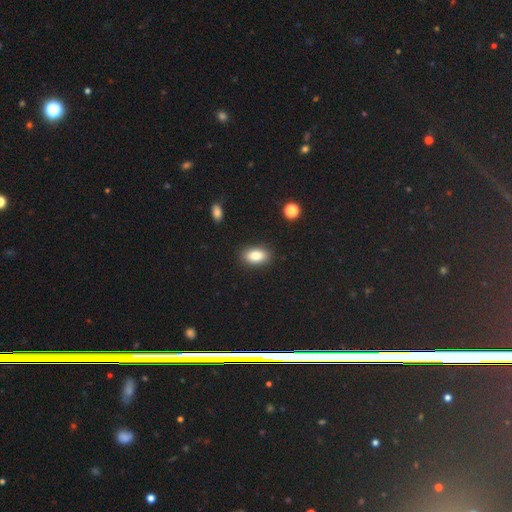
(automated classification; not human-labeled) smooth_or_featured: smooth (p=0.83) [alt: star or artifact p=0.08]
how_rounded: in between (p=0.90) [alt: round p=0.08]
merging: none (p=0.88) [alt: minor disturbance p=0.09]